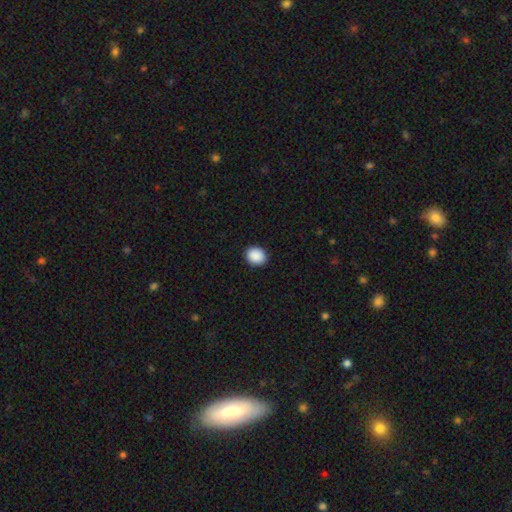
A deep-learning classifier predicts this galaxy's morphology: A smooth galaxy with no disk features (90%) that is round (63%). Merging: none (92%).